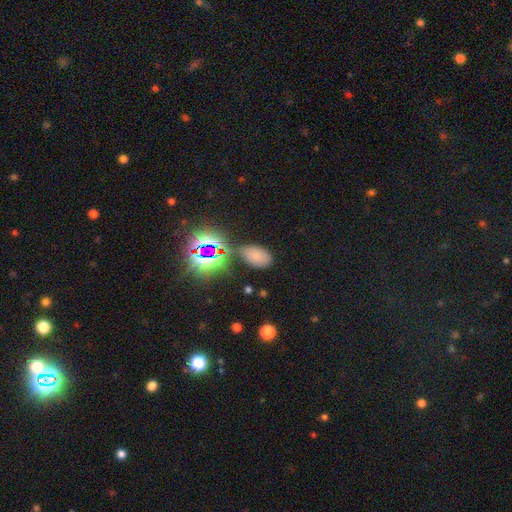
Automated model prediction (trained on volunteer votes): Morphology: type=smooth (64%); roundness=in between (92%); merging=none (72%).